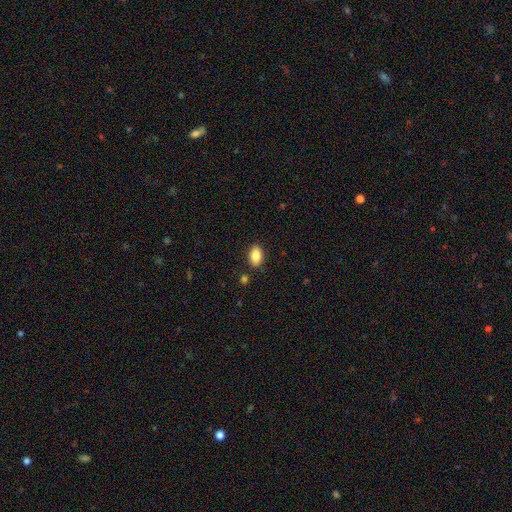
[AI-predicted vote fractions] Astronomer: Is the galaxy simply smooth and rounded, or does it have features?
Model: smooth — 86%.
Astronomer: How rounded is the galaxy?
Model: in between — 89%.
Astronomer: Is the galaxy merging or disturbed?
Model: none — 86%.